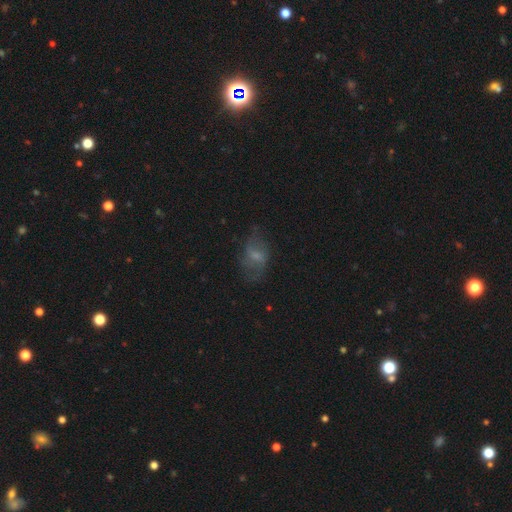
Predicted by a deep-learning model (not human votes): Smooth or featured? Predicted: smooth (p=0.45). Merging? Predicted: none (p=0.54).